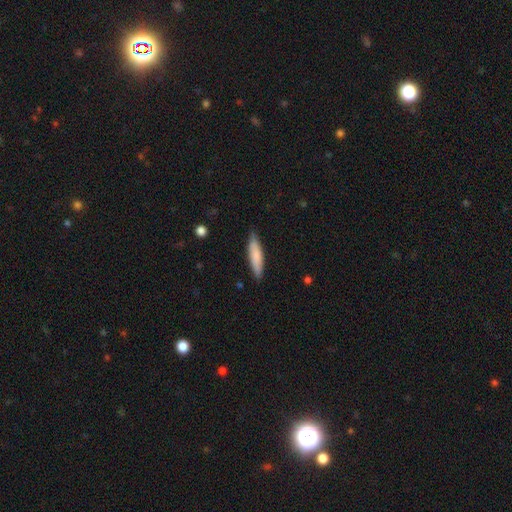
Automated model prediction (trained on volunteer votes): The model was most divided on "how rounded": cigar-shaped: 78%, in between: 21%, round: 1%. More confident: merging — none (85%); smooth or featured — smooth (77%).